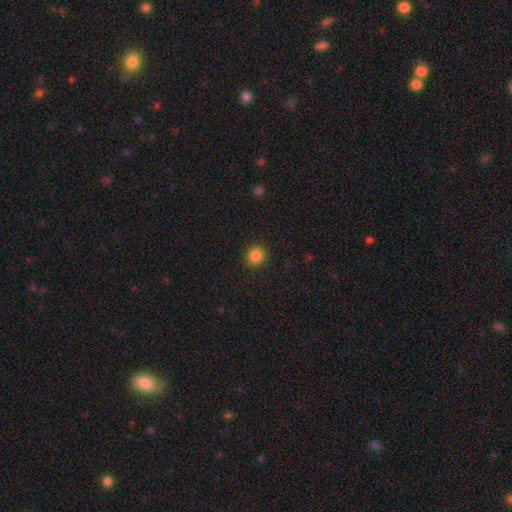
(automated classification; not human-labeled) smooth_or_featured: smooth (p=0.85) [alt: star or artifact p=0.11]
how_rounded: round (p=0.86) [alt: in between p=0.13]
merging: none (p=0.91) [alt: minor disturbance p=0.06]